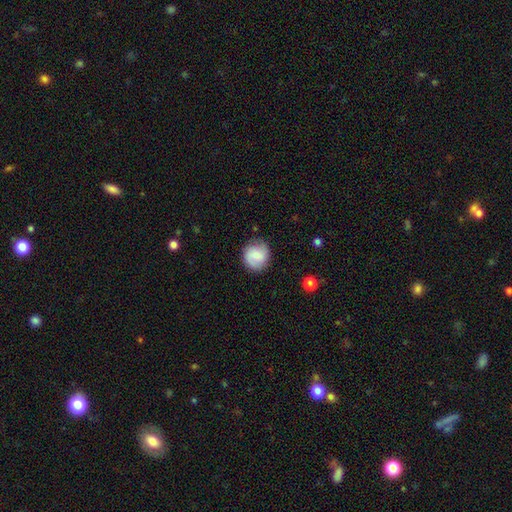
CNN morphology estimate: This appears to be a smooth galaxy with no disk features (66%) that is round (88%). Merging: none (80%).